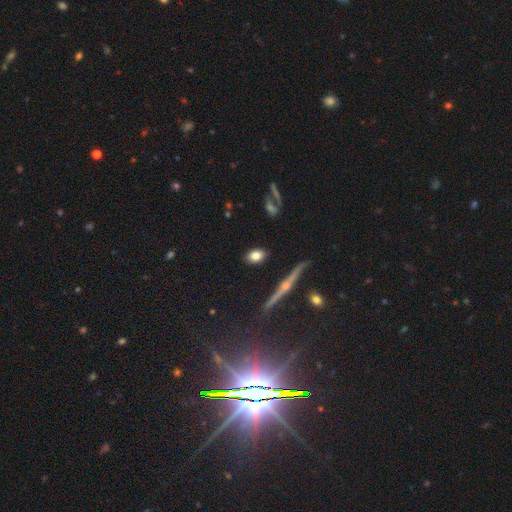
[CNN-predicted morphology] This is likely a smooth galaxy (77%). How rounded: clearly in between (80%). Merging: clearly none (87%).